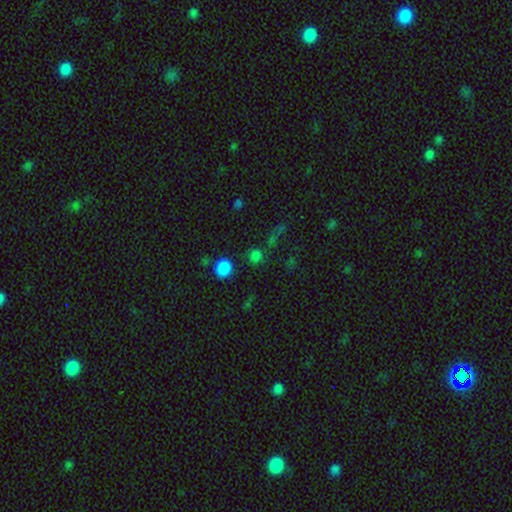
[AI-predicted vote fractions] Smooth or featured?
  - smooth: 66% *
  - star or artifact: 28%
  - featured or disk: 5%
How rounded?
  - round: 87% *
  - in between: 12%
  - cigar-shaped: 2%
Merging?
  - none: 75% *
  - minor disturbance: 10%
  - merger: 9%
  - major disturbance: 6%